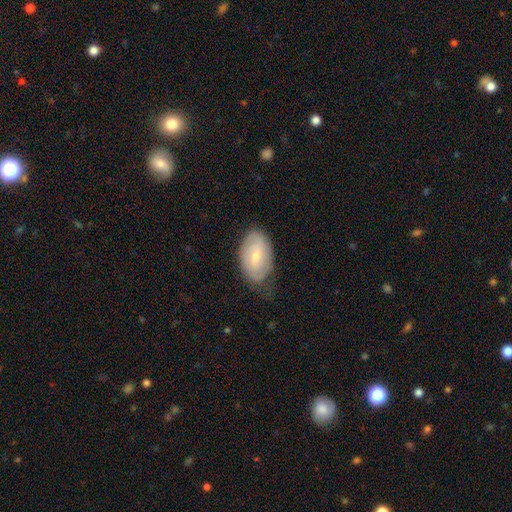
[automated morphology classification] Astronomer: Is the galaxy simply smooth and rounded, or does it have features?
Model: featured or disk — 50% (runner-up: smooth, 43%).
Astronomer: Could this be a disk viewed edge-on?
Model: no — 94%.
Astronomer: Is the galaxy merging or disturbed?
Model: none — 64%.